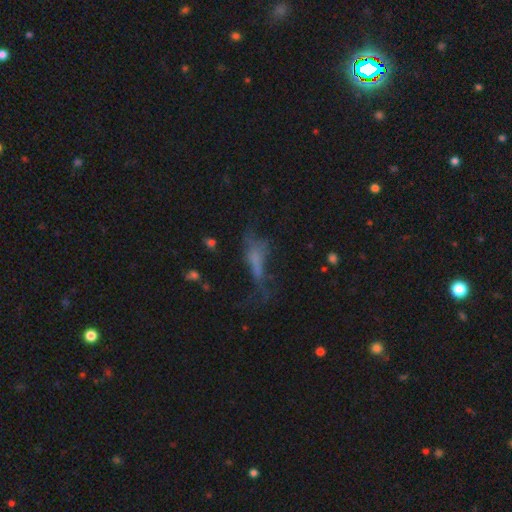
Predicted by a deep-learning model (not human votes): The model was most divided on "smooth or featured": smooth: 46%, featured or disk: 34%, star or artifact: 20%. Remaining: merging — major disturbance (49%).